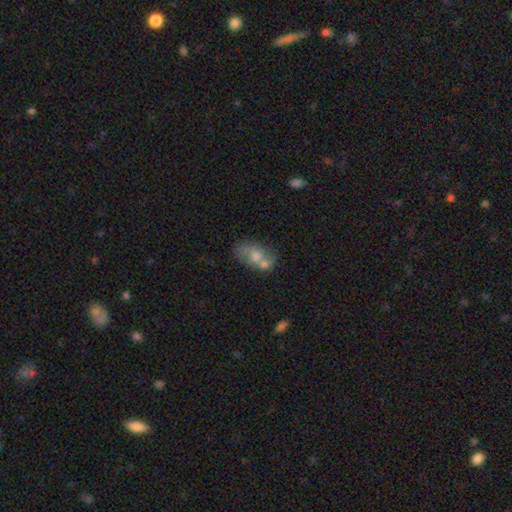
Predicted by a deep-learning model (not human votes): This appears to be a smooth galaxy with no disk features (54%) that is in between round and cigar-shaped (78%). Merging: none (41%).